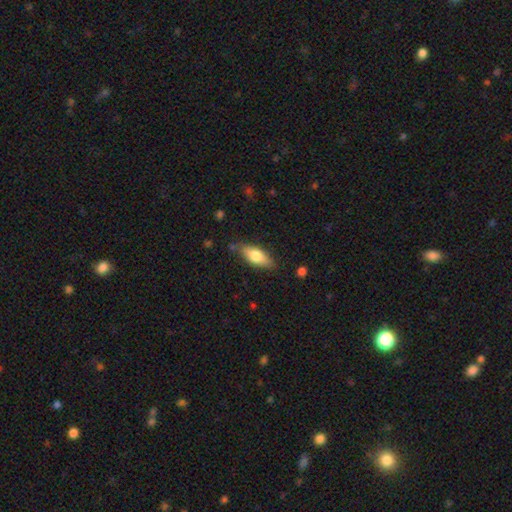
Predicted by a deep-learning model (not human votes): This appears to be a smooth galaxy with no disk features (65%) that is in between round and cigar-shaped (71%). Merging: none (79%).